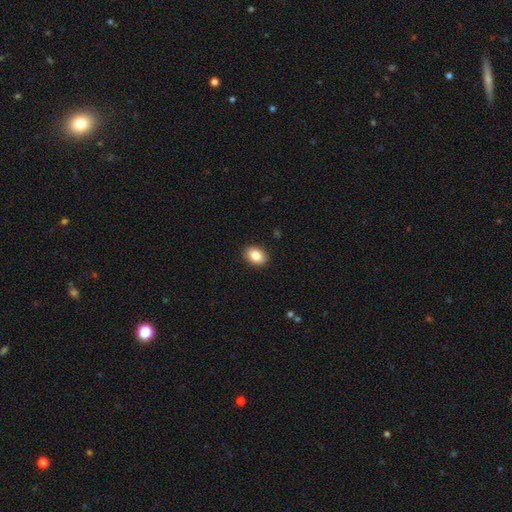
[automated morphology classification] smooth 85%, star or artifact 8%, featured or disk 7%. Down the decision tree: how rounded — in between (76%); merging — none (91%).